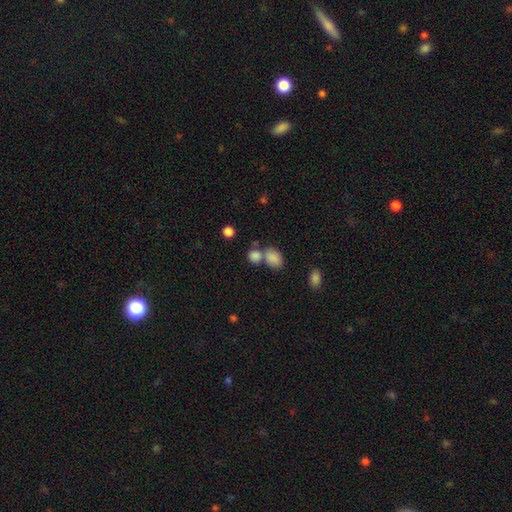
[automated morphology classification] Smooth or featured? smooth (84%)
How rounded? round (55%)
Merging? merger (44%)